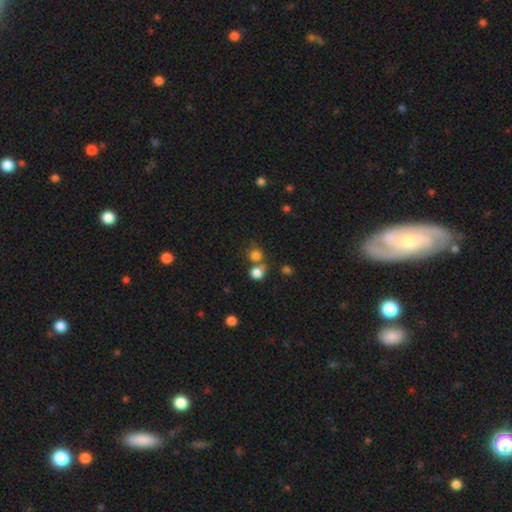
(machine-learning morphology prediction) smooth_or_featured: smooth (p=0.79) [alt: star or artifact p=0.14]
how_rounded: round (p=0.86) [alt: in between p=0.13]
merging: none (p=0.56) [alt: merger p=0.33]